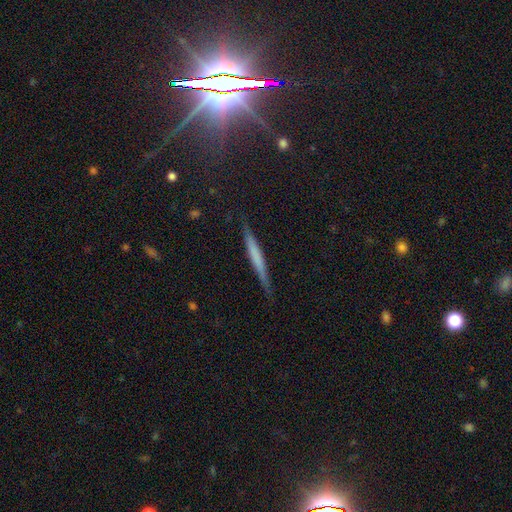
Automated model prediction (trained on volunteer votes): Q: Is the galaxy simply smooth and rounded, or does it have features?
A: smooth — 48%.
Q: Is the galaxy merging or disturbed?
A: none — 84%.